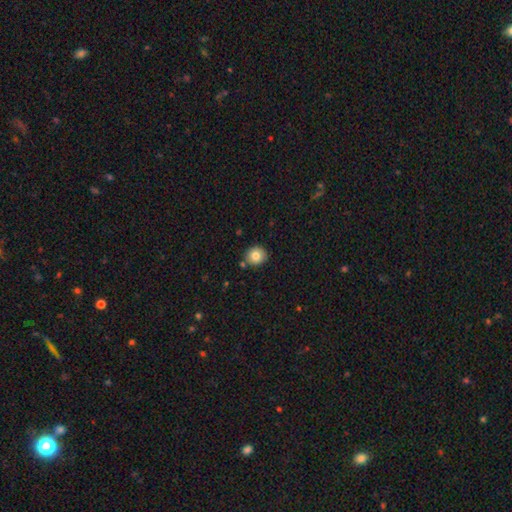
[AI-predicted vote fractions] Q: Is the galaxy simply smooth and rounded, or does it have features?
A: smooth — 82%.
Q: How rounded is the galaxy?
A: round — 88%.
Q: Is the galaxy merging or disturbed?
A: none — 82%.